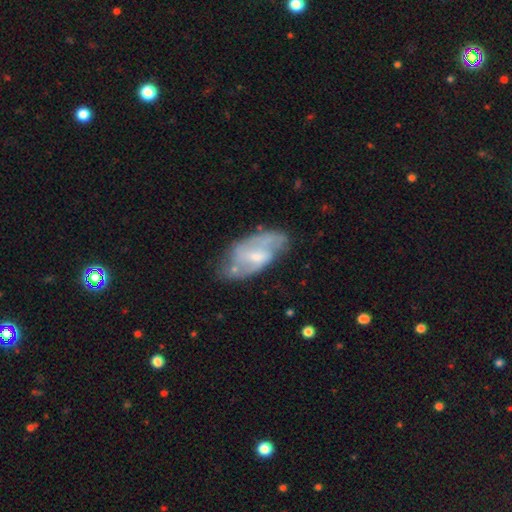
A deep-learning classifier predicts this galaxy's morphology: This is likely a featured or disk galaxy (74%). It is clearly not viewed edge-on (94%). Bar: possibly weak (54%). Spiral arm pattern: clearly yes (85%). Spiral arm count: likely 2 (74%). Spiral winding: possibly medium (46%). Central bulge: possibly small (52%). Merging: likely none (62%).